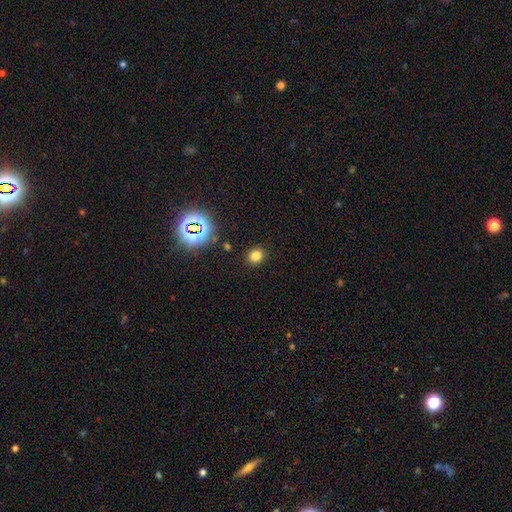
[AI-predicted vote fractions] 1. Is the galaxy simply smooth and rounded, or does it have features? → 77% smooth, 18% star or artifact, 5% featured or disk.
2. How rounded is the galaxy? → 70% round, 29% in between, 1% cigar-shaped.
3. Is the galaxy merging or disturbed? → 89% none, 7% minor disturbance, 3% major disturbance, 2% merger.